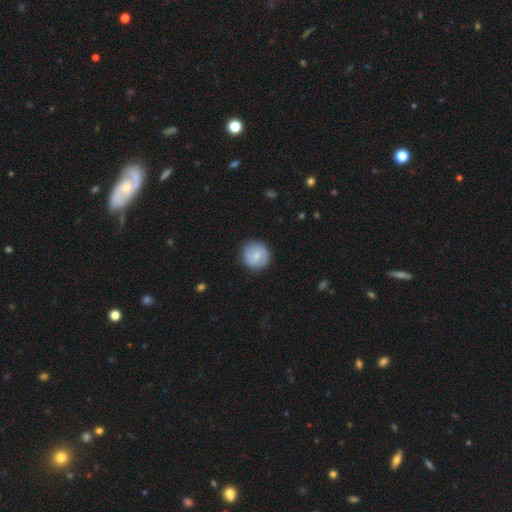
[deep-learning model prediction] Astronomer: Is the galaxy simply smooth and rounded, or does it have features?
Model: smooth — 73%.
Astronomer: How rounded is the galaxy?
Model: round — 93%.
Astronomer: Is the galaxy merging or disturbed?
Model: none — 85%.